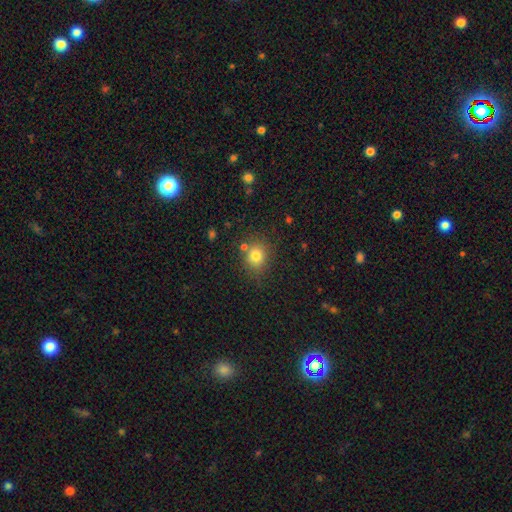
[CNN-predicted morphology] smooth_or_featured: smooth (p=0.78) [alt: star or artifact p=0.14]
how_rounded: round (p=0.73) [alt: in between p=0.26]
merging: none (p=0.76) [alt: minor disturbance p=0.11]